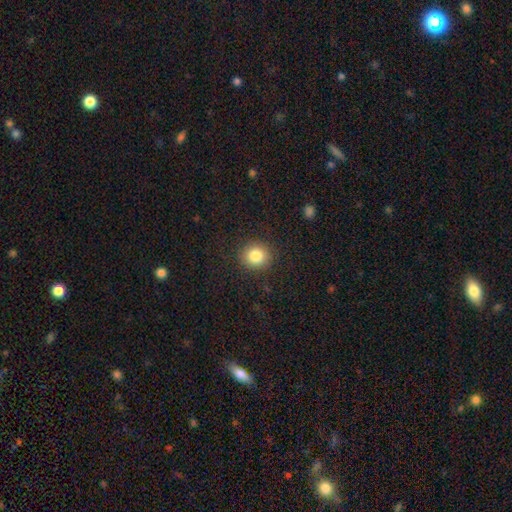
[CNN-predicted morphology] type=smooth (83%); roundness=round (90%); merging=none (90%).